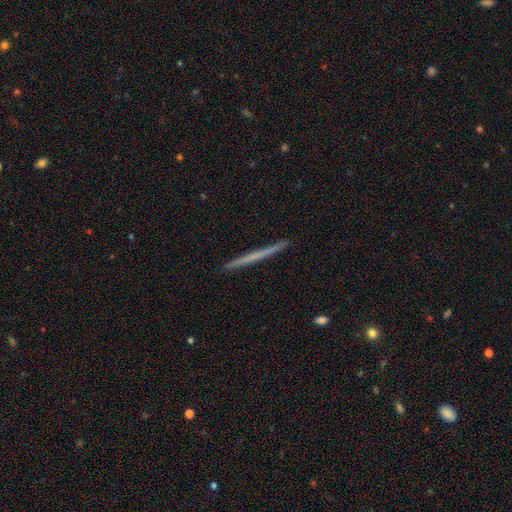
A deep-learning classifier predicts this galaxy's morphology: This appears to be a featured or disk galaxy (49%). Merging: none (93%).